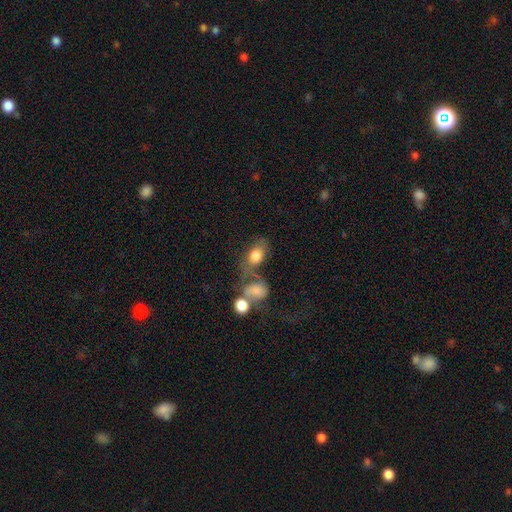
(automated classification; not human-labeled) Smooth or featured? smooth (75%)
How rounded? in between (82%)
Merging? merger (35%, tied with none)